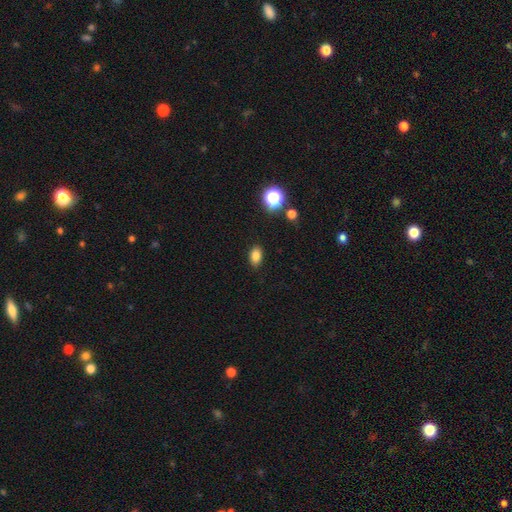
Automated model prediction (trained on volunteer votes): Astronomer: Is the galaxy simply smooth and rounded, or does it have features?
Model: smooth — 82%.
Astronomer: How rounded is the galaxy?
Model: in between — 84%.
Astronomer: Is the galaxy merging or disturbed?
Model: none — 87%.